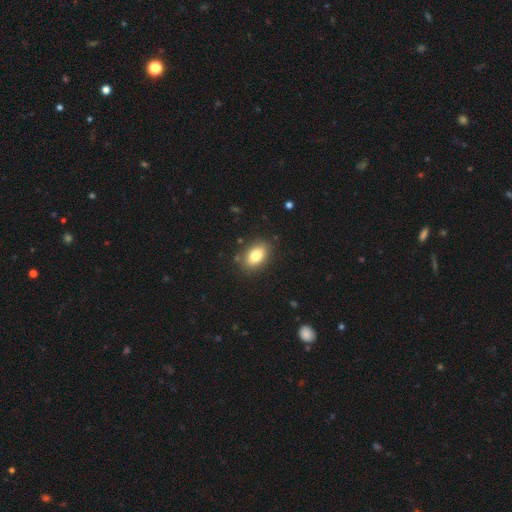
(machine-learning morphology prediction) The model was most divided on "smooth or featured": smooth: 82%, featured or disk: 10%, star or artifact: 8%. More confident: how rounded — in between (87%); merging — none (85%).